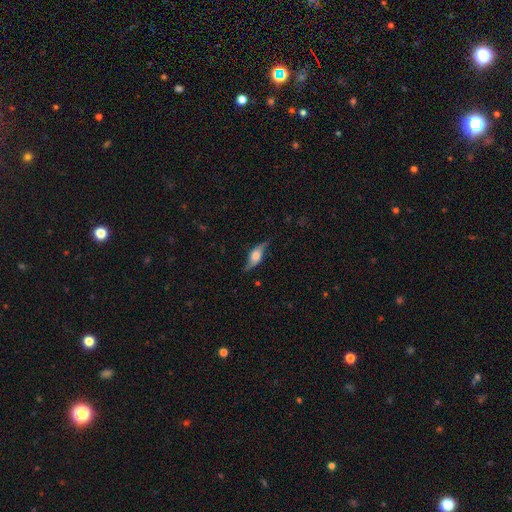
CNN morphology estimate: smooth_or_featured: featured or disk (p=0.66) [alt: smooth p=0.27]
disk_edge_on: yes (p=0.71) [alt: no p=0.29]
merging: none (p=0.74) [alt: minor disturbance p=0.19]